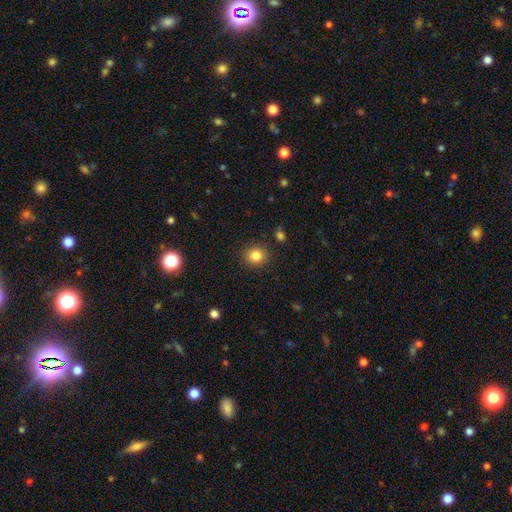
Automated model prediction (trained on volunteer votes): This appears to be a smooth galaxy with no disk features (84%) that is round (82%). Merging: none (89%).